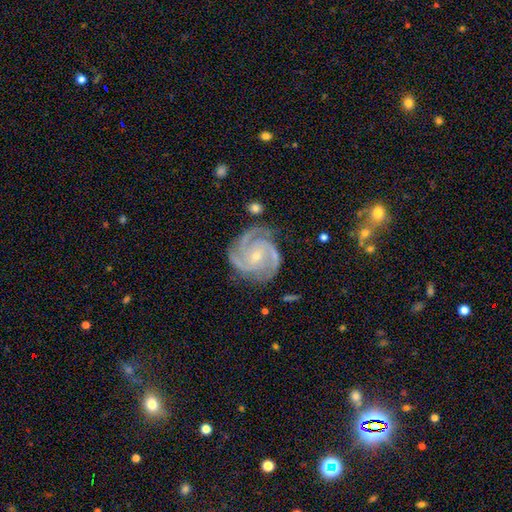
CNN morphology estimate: featured or disk 93%, star or artifact 4%, smooth 3%. Down the decision tree: edge-on disk — no (98%); bar — no (65%); spiral arms — yes (99%); spiral arm count — 3 (59%); spiral winding — tight (60%); bulge size — small (77%); merging — none (77%).